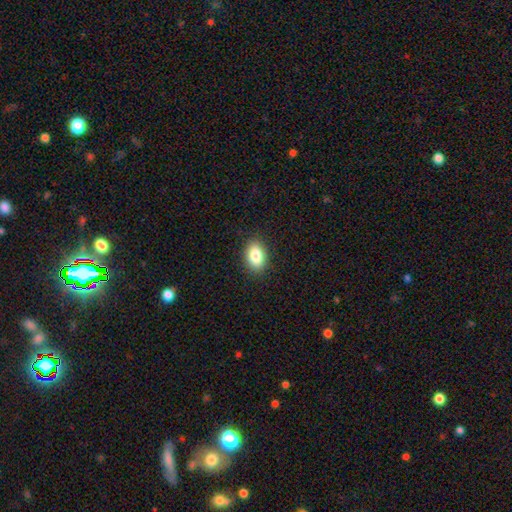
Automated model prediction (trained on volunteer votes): This is clearly a smooth galaxy (84%). How rounded: clearly in between (86%). Merging: clearly none (89%).